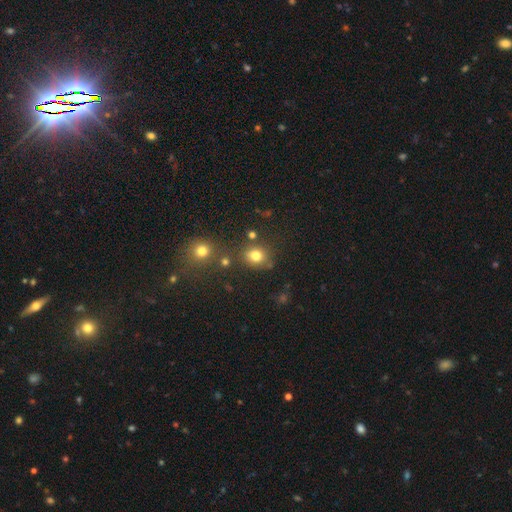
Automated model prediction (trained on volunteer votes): Smooth or featured? smooth (77%)
How rounded? round (76%)
Merging? none (73%)